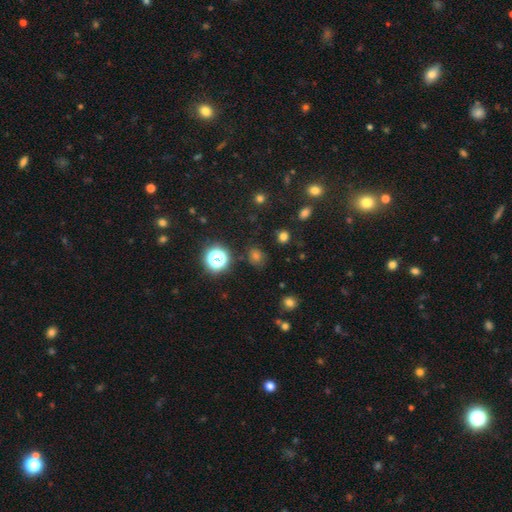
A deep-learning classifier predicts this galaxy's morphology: Overall: smooth (47%; star or artifact 46%). Merging: none (85%).